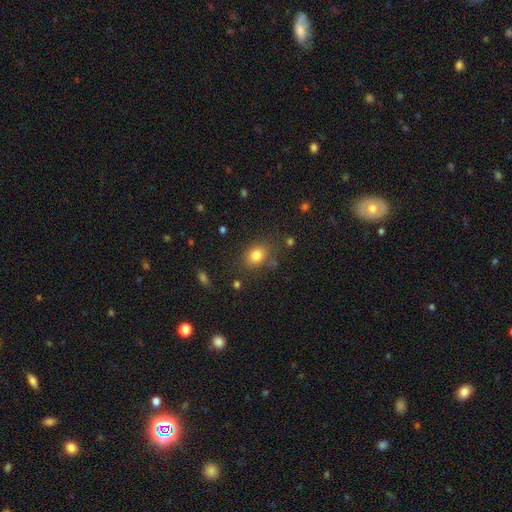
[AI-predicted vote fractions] smooth_or_featured: smooth (p=0.80) [alt: star or artifact p=0.12]
how_rounded: in between (p=0.58) [alt: round p=0.40]
merging: none (p=0.77) [alt: minor disturbance p=0.14]